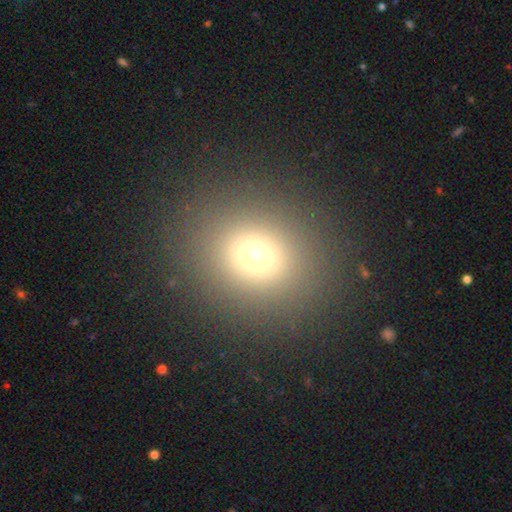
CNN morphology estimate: Smooth or featured? smooth (67%)
How rounded? round (77%)
Merging? none (87%)